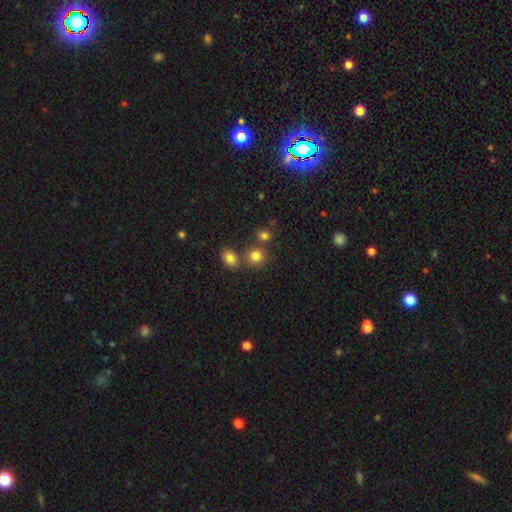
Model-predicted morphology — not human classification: smooth-or-featured: smooth: 80% | star or artifact: 13% | featured or disk: 7%
  how-rounded: round: 80% | in between: 19% | cigar-shaped: 1%
  merging: none: 64% | merger: 23% | minor disturbance: 9% | major disturbance: 3%